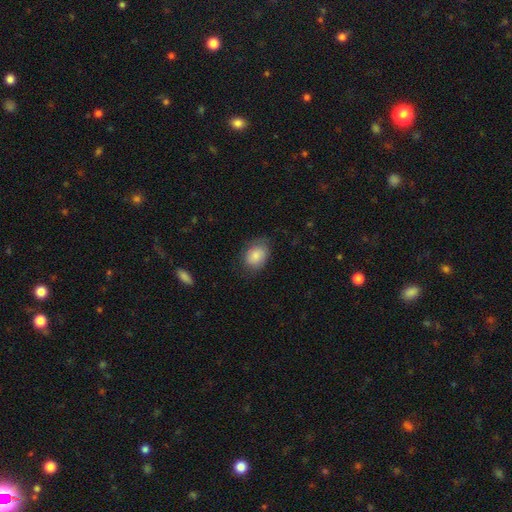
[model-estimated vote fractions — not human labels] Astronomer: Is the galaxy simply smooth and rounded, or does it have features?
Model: smooth — 82%.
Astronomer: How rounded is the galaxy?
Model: in between — 70%.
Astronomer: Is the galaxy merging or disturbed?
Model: none — 69%.